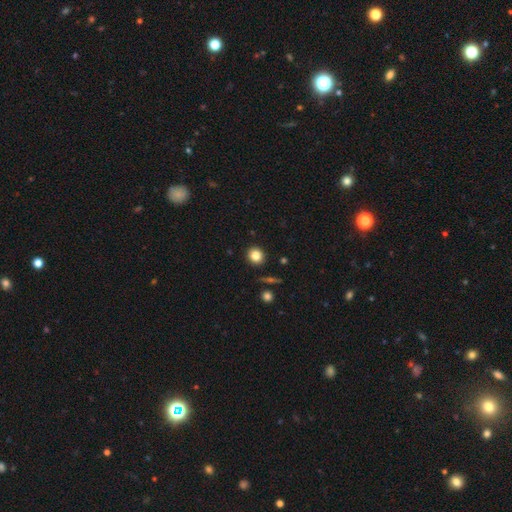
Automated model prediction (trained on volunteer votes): Smooth or featured? smooth (82%)
How rounded? round (87%)
Merging? none (90%)